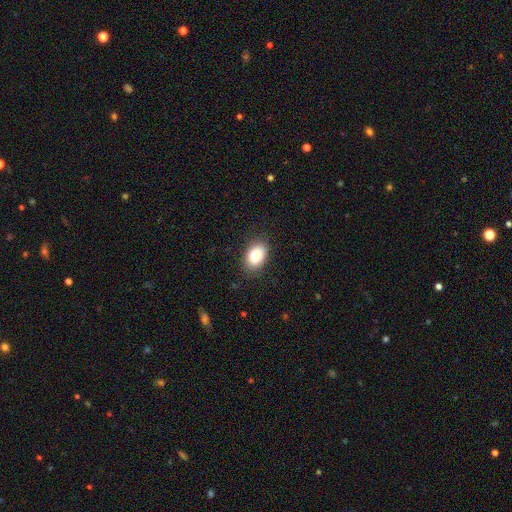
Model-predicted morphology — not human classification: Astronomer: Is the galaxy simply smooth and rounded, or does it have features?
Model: smooth — 86%.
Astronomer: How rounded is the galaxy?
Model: in between — 87%.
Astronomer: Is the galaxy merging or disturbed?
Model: none — 85%.